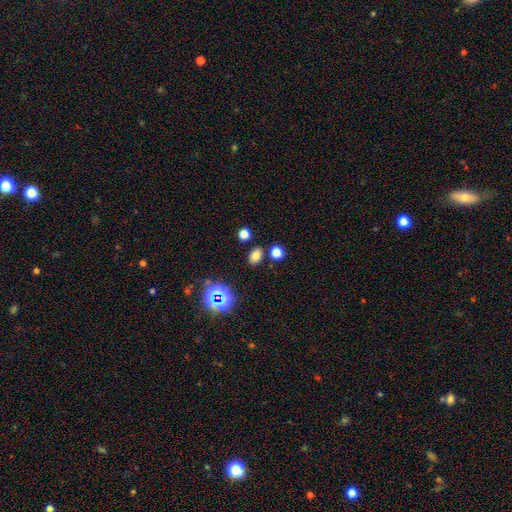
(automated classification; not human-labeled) smooth_or_featured: smooth (p=0.74) [alt: star or artifact p=0.20]
how_rounded: in between (p=0.73) [alt: round p=0.26]
merging: none (p=0.81) [alt: minor disturbance p=0.09]